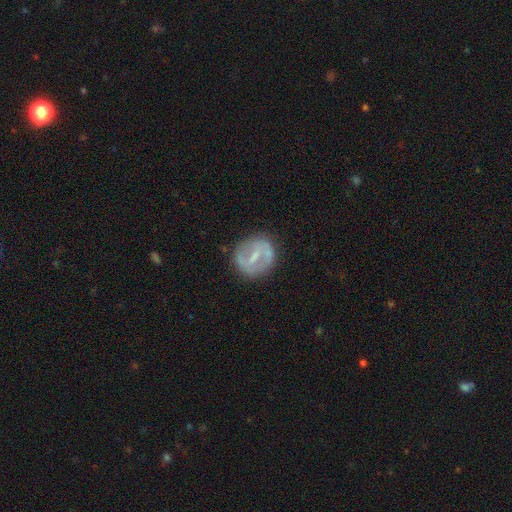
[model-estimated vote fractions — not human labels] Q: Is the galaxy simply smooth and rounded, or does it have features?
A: featured or disk — 64%.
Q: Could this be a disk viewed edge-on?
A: no — 95%.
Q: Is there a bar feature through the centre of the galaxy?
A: strong — 49%.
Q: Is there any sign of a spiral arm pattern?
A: no — 56%.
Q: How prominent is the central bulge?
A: small — 46%.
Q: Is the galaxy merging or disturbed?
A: none — 78%.